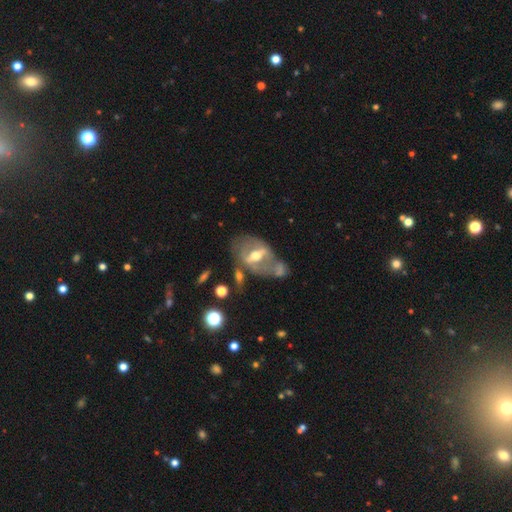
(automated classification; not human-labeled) Smooth or featured: featured or disk — 75% (smooth — 18%)
Edge-on disk: no — 89% (yes — 11%)
Bar: strong — 55% (weak — 30%)
Spiral arms: no — 55% (yes — 45%)
Bulge size: moderate — 72% (small — 16%)
Merging: none — 39% (merger — 22%)